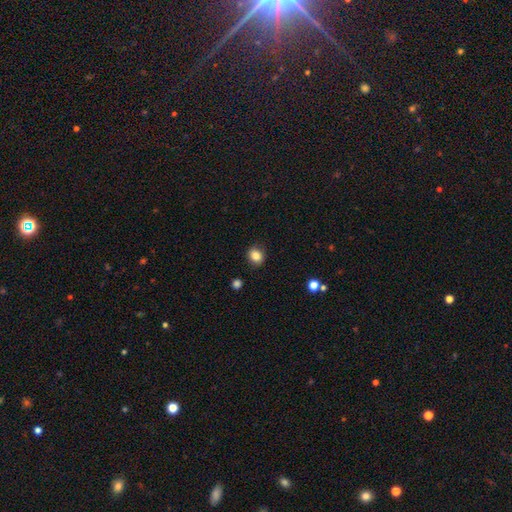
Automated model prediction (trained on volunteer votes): Smooth or featured: smooth — 84% (star or artifact — 10%)
How rounded: round — 69% (in between — 30%)
Merging: none — 86% (minor disturbance — 10%)